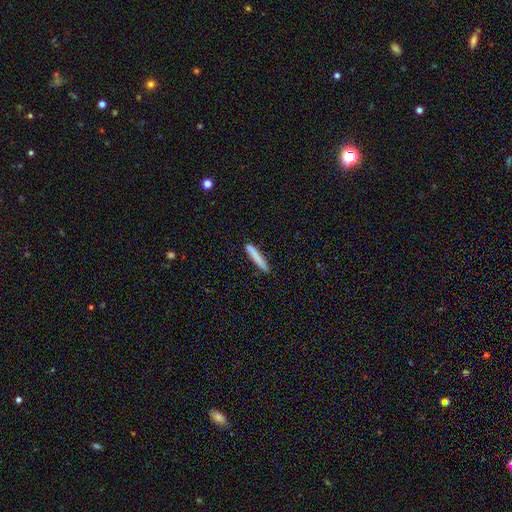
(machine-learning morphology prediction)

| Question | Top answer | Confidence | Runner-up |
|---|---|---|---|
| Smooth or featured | smooth | 78% | featured or disk (16%) |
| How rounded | cigar-shaped | 95% | in between (4%) |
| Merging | none | 86% | minor disturbance (10%) |